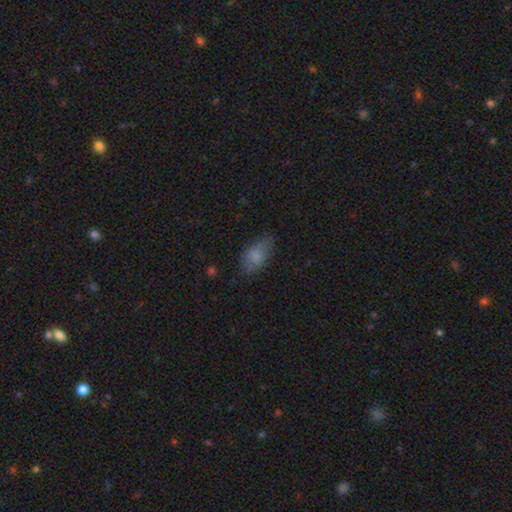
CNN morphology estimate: A smooth galaxy with no disk features (76%) that is in between round and cigar-shaped (91%).

Vote fractions:
- Smooth or featured? smooth: 76% / featured or disk: 15% / star or artifact: 9%
- How rounded? in between: 91% / round: 5% / cigar-shaped: 4%
- Merging? none: 64% / minor disturbance: 26% / major disturbance: 8% / merger: 2%